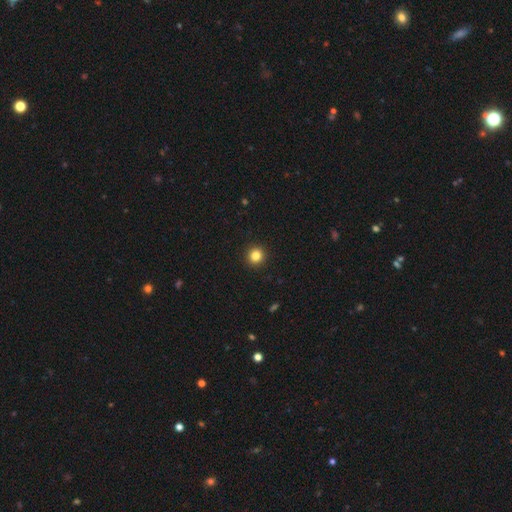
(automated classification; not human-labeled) Q: Smooth or featured?
A: smooth (83%); runner-up: star or artifact (12%)
Q: How rounded?
A: round (95%); runner-up: in between (4%)
Q: Merging?
A: none (93%); runner-up: minor disturbance (4%)